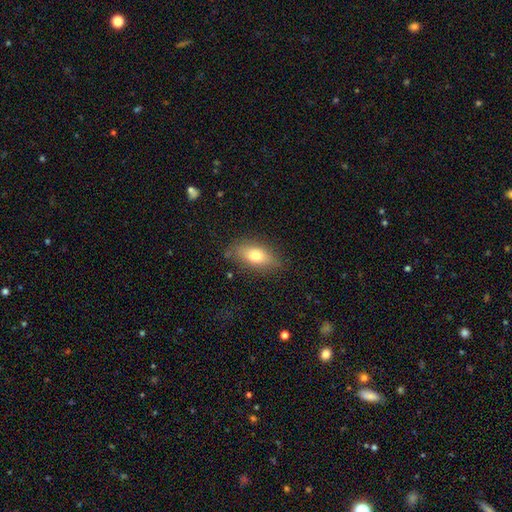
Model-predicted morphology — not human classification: The model was most divided on "smooth or featured": smooth: 71%, featured or disk: 21%, star or artifact: 8%. More confident: how rounded — in between (81%); merging — none (81%).